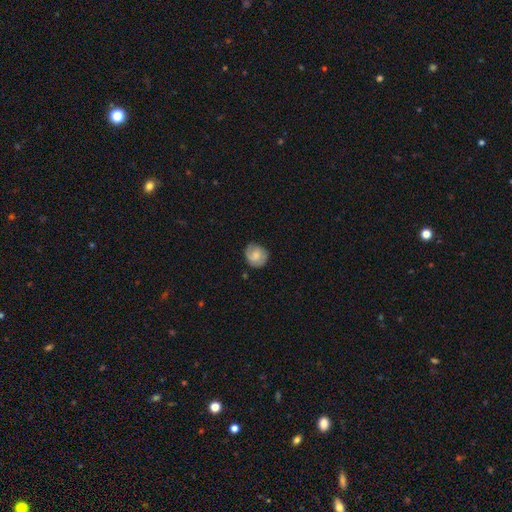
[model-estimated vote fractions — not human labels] This is likely a smooth galaxy (62%). How rounded: clearly round (82%). Merging: likely none (74%).